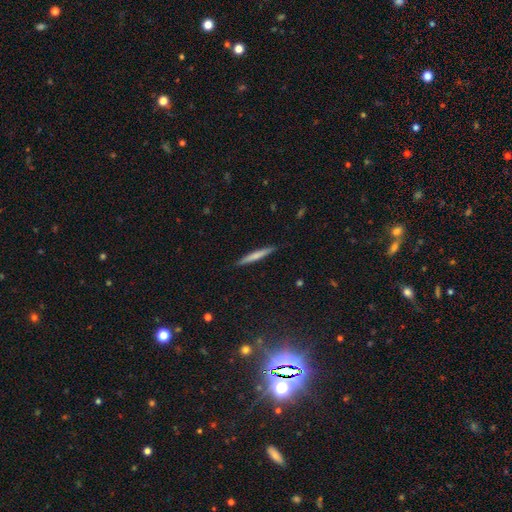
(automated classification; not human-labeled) A smooth galaxy with no disk features (60%) that is cigar-shaped (96%). Merging: none (90%).